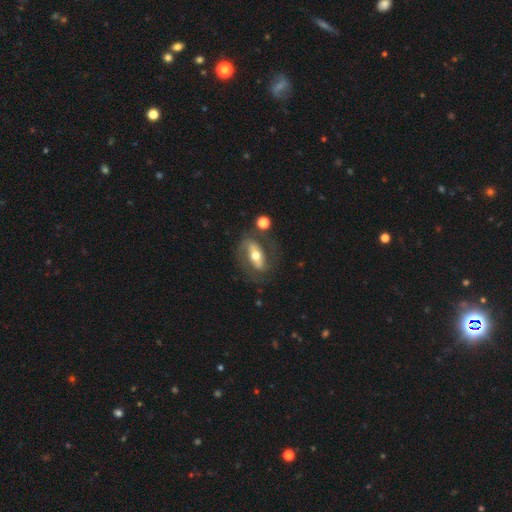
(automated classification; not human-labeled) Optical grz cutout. It shows a featured or disk galaxy (66%) with a strong bar (47%), spiral arms (62%) and a moderate central bulge (71%). Merging: none (62%).